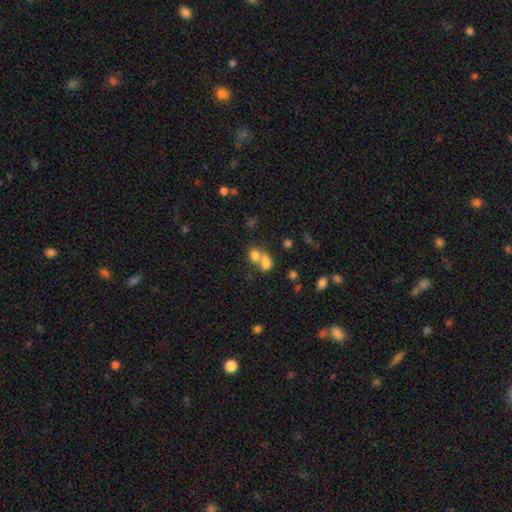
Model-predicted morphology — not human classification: Q: Smooth or featured?
A: smooth (76%); runner-up: star or artifact (13%)
Q: How rounded?
A: in between (53%); runner-up: round (46%)
Q: Merging?
A: merger (59%); runner-up: none (29%)